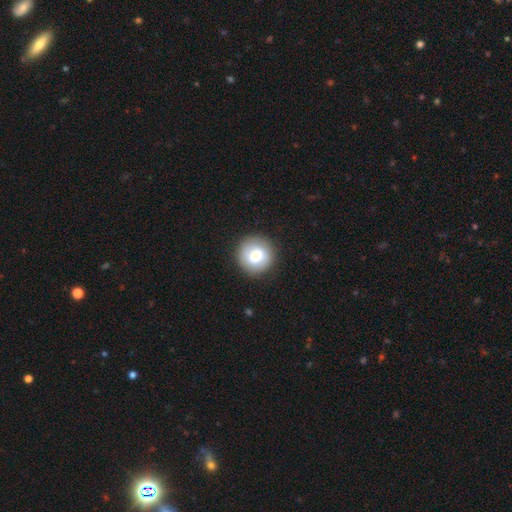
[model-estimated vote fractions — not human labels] Overall: smooth (73%). How rounded: round (95%). Merging: none (89%).